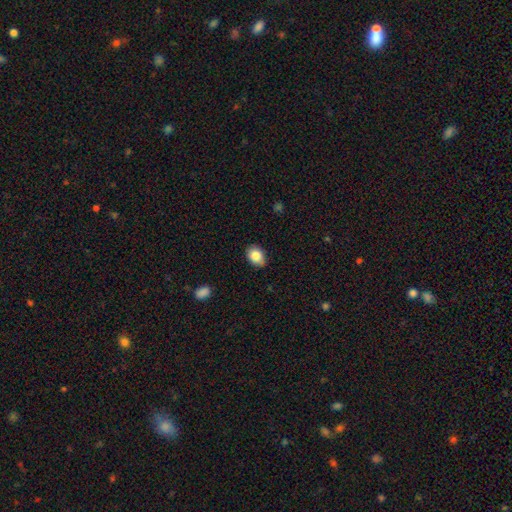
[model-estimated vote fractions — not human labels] Q: Smooth or featured?
A: smooth (85%); runner-up: star or artifact (8%)
Q: How rounded?
A: in between (65%); runner-up: round (33%)
Q: Merging?
A: none (80%); runner-up: minor disturbance (16%)